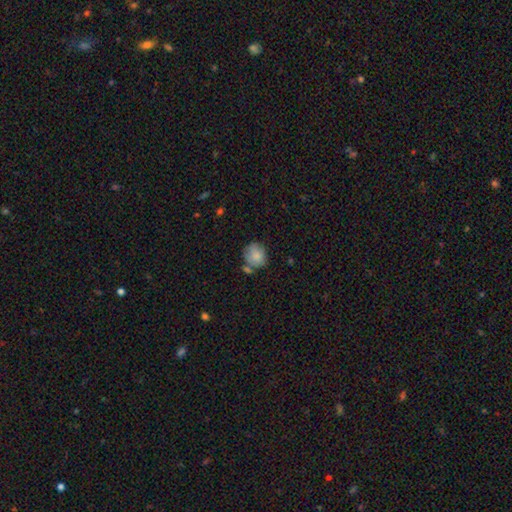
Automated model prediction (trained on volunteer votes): smooth_or_featured: smooth (p=0.83) [alt: featured or disk p=0.10]
how_rounded: round (p=0.74) [alt: in between p=0.25]
merging: none (p=0.58) [alt: minor disturbance p=0.20]